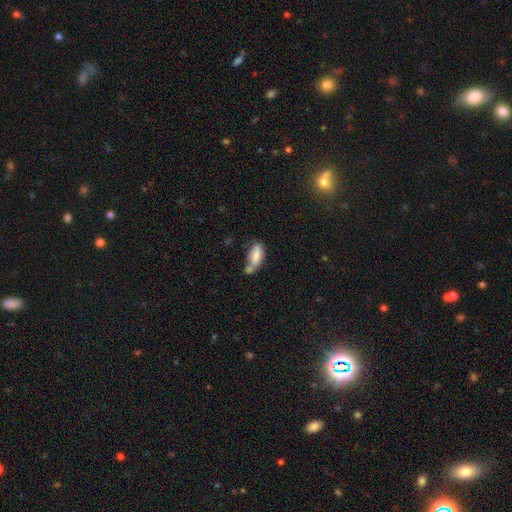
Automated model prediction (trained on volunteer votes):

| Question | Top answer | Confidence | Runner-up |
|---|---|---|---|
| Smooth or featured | smooth | 78% | featured or disk (14%) |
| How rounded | in between | 82% | cigar-shaped (16%) |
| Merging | merger | 37% | none (33%) |